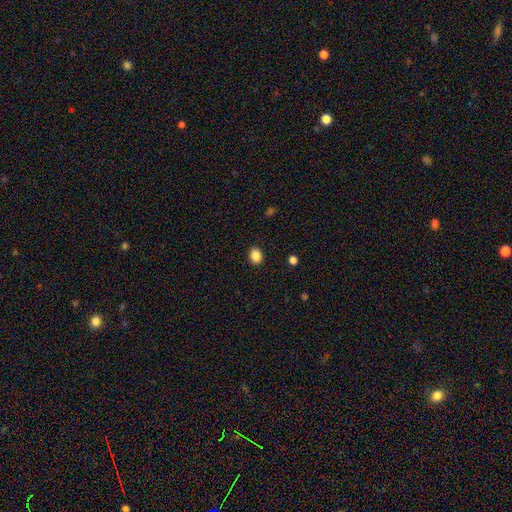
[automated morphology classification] Smooth or featured? Predicted: smooth (p=0.87). How rounded? Predicted: round (p=0.57). Merging? Predicted: none (p=0.90).